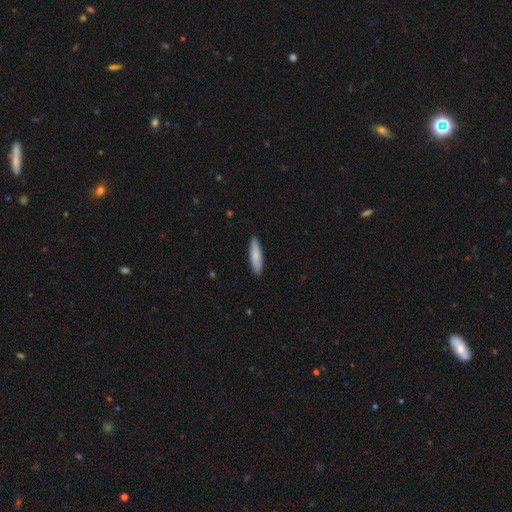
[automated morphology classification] Overall: smooth (80%). How rounded: cigar-shaped (78%). Merging: none (90%).